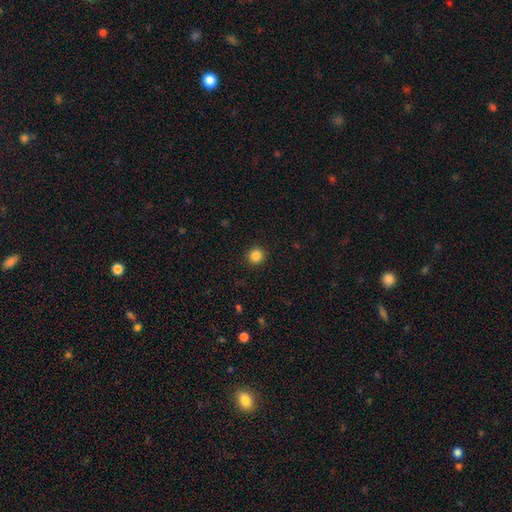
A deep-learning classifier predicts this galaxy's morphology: smooth_or_featured: smooth (p=0.86) [alt: star or artifact p=0.11]
how_rounded: round (p=0.92) [alt: in between p=0.07]
merging: none (p=0.92) [alt: minor disturbance p=0.05]